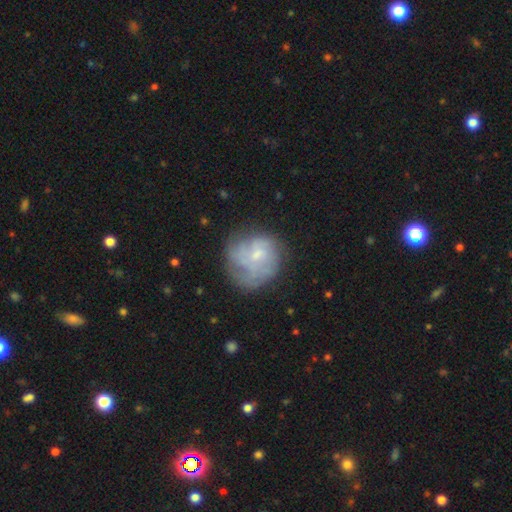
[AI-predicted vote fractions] Morphology: type=featured or disk (49%); merging=none (51%).